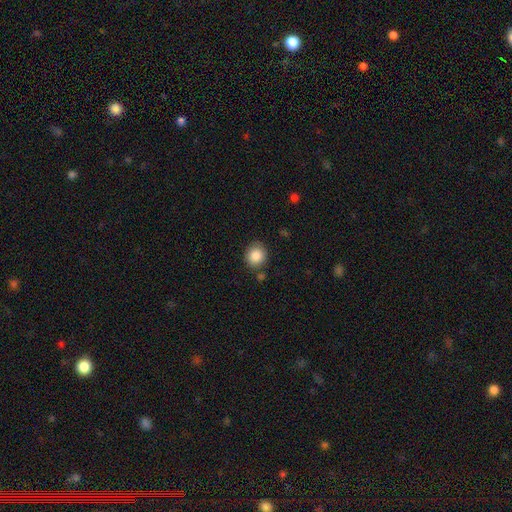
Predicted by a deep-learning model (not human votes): A smooth galaxy with no disk features (87%) that is round (83%).

Vote fractions:
- Smooth or featured? smooth: 87% / star or artifact: 8% / featured or disk: 5%
- How rounded? round: 83% / in between: 17% / cigar-shaped: 1%
- Merging? none: 81% / minor disturbance: 11% / merger: 4% / major disturbance: 3%